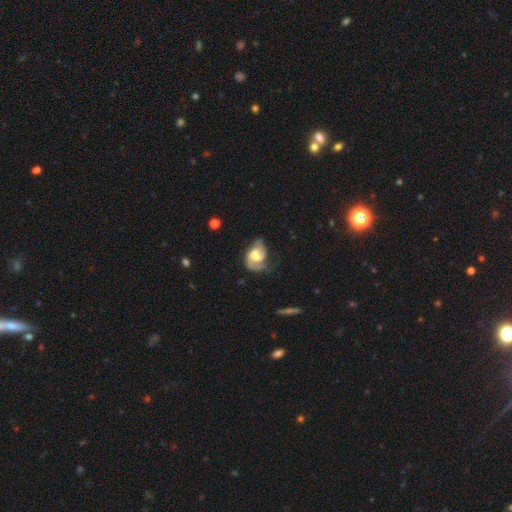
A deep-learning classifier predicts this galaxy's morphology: Smooth or featured: featured or disk — 64% (smooth — 29%)
Edge-on disk: no — 97% (yes — 3%)
Bar: weak — 44% (no — 43%)
Spiral arms: yes — 85% (no — 15%)
Spiral winding: medium — 42% (loose — 30%)
Spiral arm count: 2 — 55% (1 — 31%)
Bulge size: moderate — 40% (large — 26%)
Merging: none — 38% (minor disturbance — 30%)